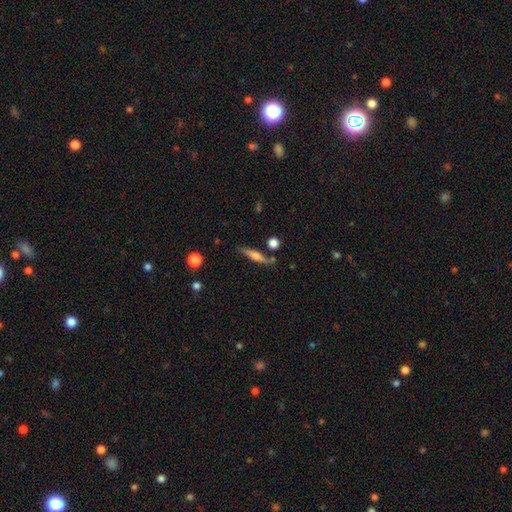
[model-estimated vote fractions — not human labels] This appears to be a featured or disk galaxy (47%). Merging: none (75%).